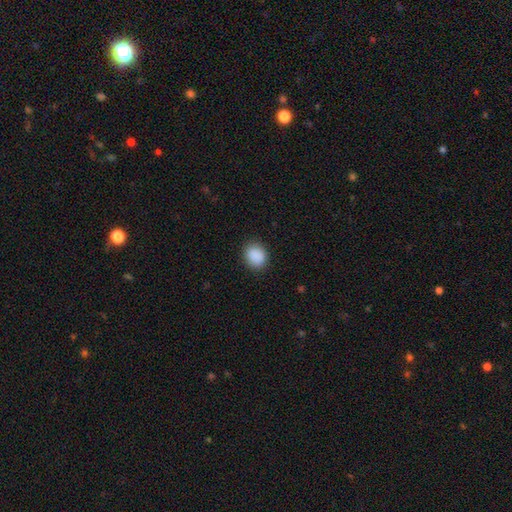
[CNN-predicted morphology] Overall: smooth (90%). How rounded: round (56%; in between 43%). Merging: none (88%).